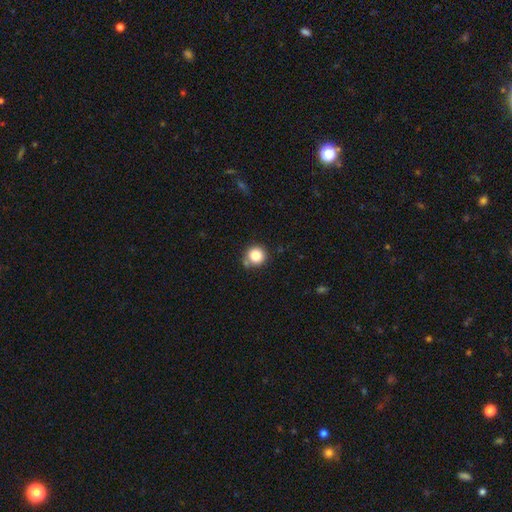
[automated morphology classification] smooth_or_featured: smooth (p=0.84) [alt: star or artifact p=0.11]
how_rounded: round (p=0.93) [alt: in between p=0.06]
merging: none (p=0.75) [alt: minor disturbance p=0.15]